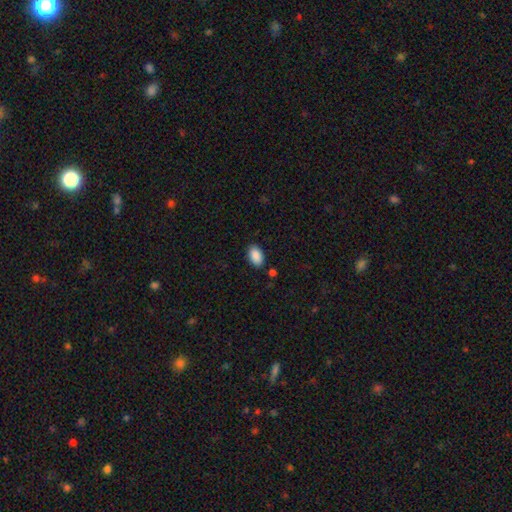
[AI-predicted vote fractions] smooth 90%, star or artifact 7%, featured or disk 3%. Down the decision tree: how rounded — in between (93%); merging — none (86%).